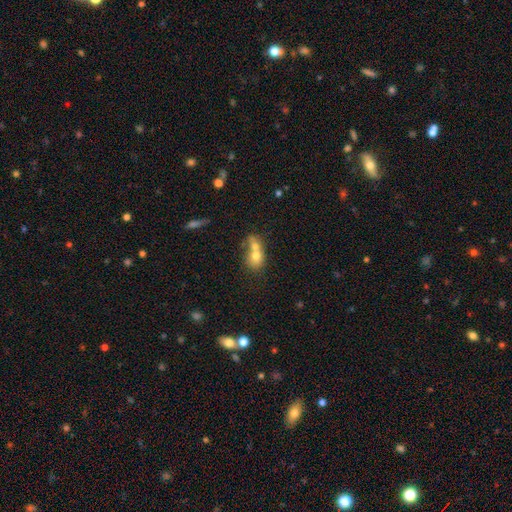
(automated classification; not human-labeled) A smooth galaxy with no disk features (68%) that is in between round and cigar-shaped (53%).

Vote fractions:
- Smooth or featured? smooth: 68% / featured or disk: 22% / star or artifact: 10%
- How rounded? in between: 53% / round: 45% / cigar-shaped: 2%
- Merging? merger: 69% / none: 20% / minor disturbance: 7% / major disturbance: 4%